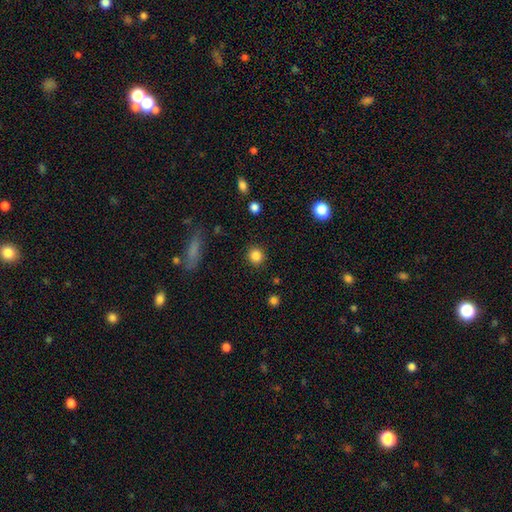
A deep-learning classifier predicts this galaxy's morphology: Smooth or featured?
  - smooth: 85% *
  - star or artifact: 10%
  - featured or disk: 4%
How rounded?
  - round: 89% *
  - in between: 10%
  - cigar-shaped: 1%
Merging?
  - none: 90% *
  - minor disturbance: 6%
  - major disturbance: 2%
  - merger: 1%